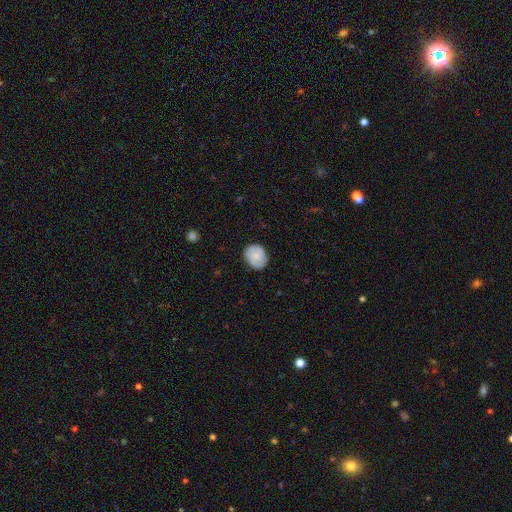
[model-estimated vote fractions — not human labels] Smooth or featured? smooth (80%)
How rounded? round (58%)
Merging? none (83%)